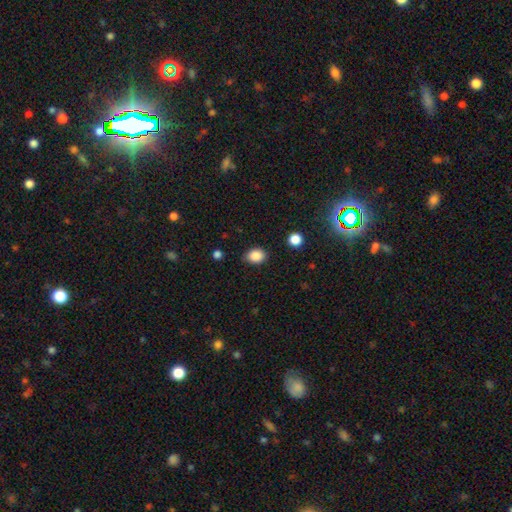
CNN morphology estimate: smooth-or-featured: smooth: 87% | star or artifact: 9% | featured or disk: 4%
  how-rounded: in between: 63% | round: 36% | cigar-shaped: 1%
  merging: none: 81% | minor disturbance: 14% | major disturbance: 3% | merger: 2%